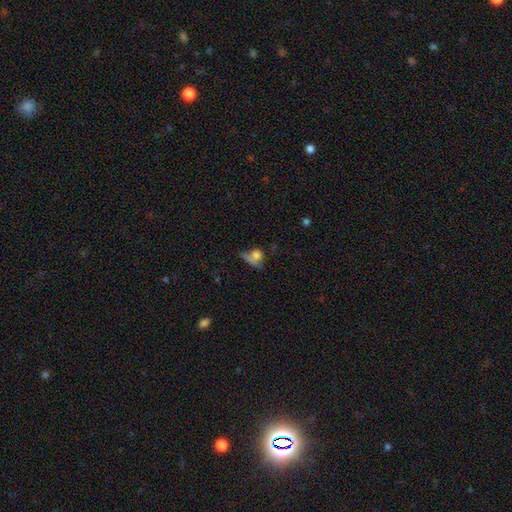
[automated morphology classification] type=smooth (68%); roundness=round (53%); merging=none (31%).